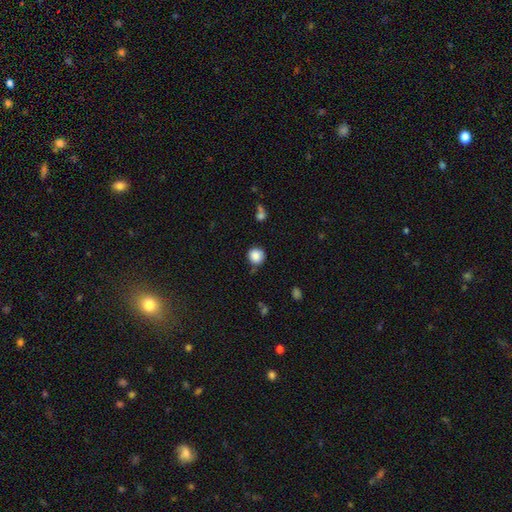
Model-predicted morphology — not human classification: This appears to be a smooth galaxy with no disk features (87%) that is round (91%). Merging: none (79%).